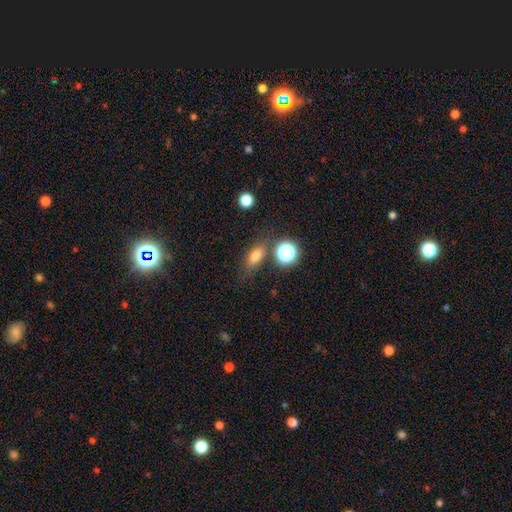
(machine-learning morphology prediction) Overall: smooth (73%). How rounded: in between (66%). Merging: none (72%).